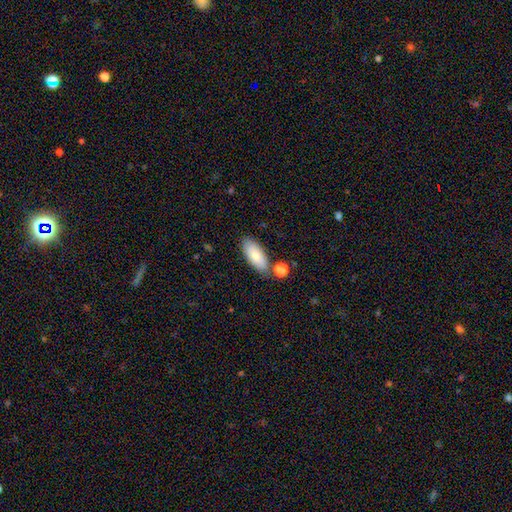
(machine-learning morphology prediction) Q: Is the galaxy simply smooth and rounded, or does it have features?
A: smooth — 77%.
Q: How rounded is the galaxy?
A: in between — 84%.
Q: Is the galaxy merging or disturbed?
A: none — 77%.